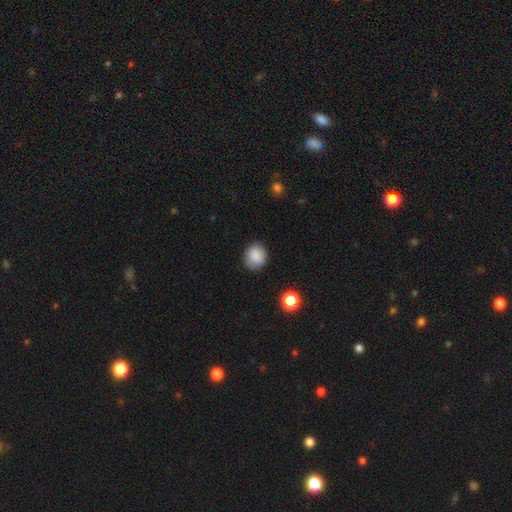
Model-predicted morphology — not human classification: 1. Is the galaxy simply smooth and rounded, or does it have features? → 86% smooth, 9% star or artifact, 5% featured or disk.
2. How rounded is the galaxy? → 68% round, 31% in between, 1% cigar-shaped.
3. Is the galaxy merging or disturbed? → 83% none, 13% minor disturbance, 3% major disturbance, 1% merger.